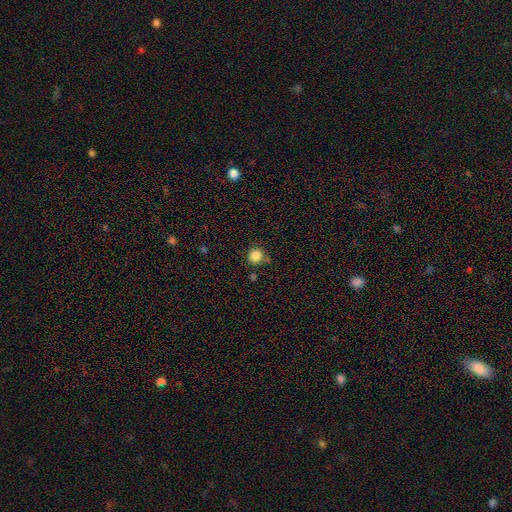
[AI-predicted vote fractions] smooth_or_featured: smooth (p=0.85) [alt: star or artifact p=0.11]
how_rounded: round (p=0.93) [alt: in between p=0.06]
merging: none (p=0.78) [alt: minor disturbance p=0.12]